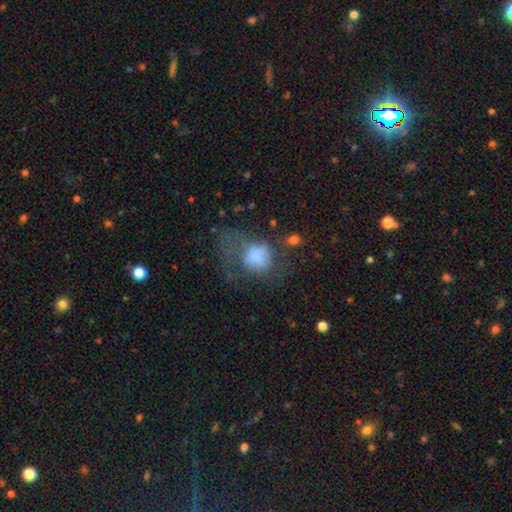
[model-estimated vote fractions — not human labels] smooth-or-featured: smooth: 66% | featured or disk: 22% | star or artifact: 12%
  how-rounded: round: 50% | in between: 49% | cigar-shaped: 1%
  merging: major disturbance: 51% | none: 23% | minor disturbance: 20% | merger: 6%